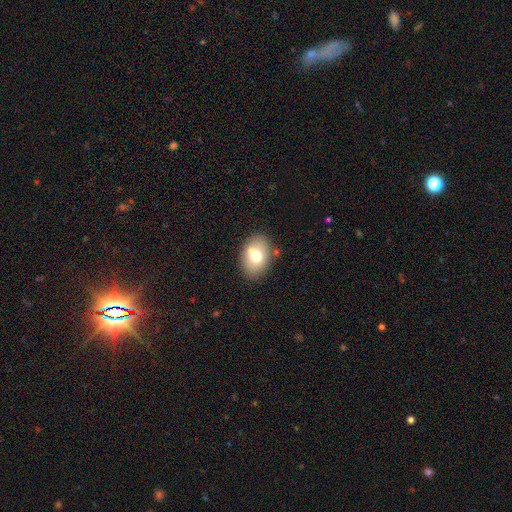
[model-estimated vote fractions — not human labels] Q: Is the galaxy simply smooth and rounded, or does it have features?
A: smooth — 67%.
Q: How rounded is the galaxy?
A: in between — 74%.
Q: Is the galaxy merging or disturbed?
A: none — 70%.